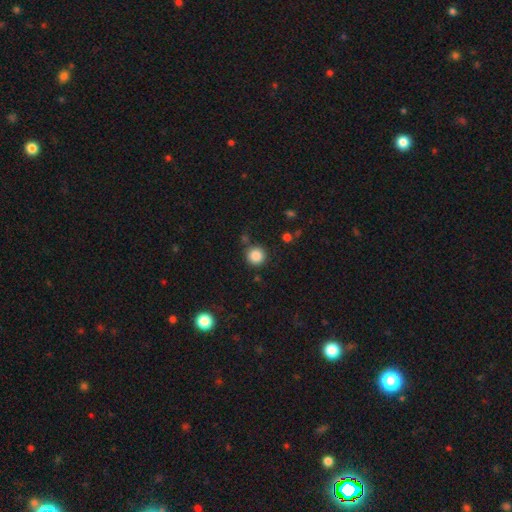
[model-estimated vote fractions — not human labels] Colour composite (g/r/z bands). It shows a smooth galaxy with no disk features (86%) that is round (95%). Merging: none (85%).